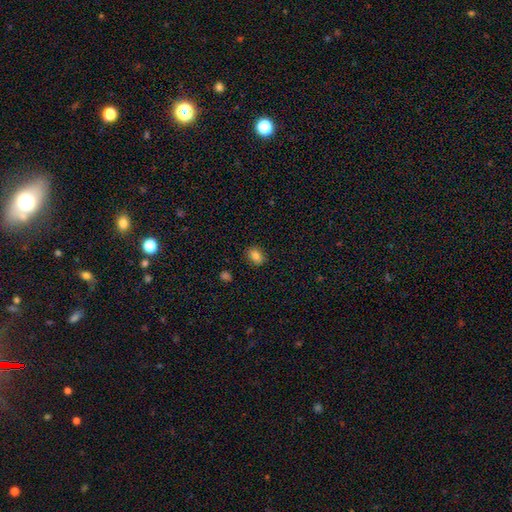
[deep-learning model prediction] Smooth or featured: smooth — 84% (star or artifact — 10%)
How rounded: in between — 67% (round — 32%)
Merging: none — 87% (minor disturbance — 10%)